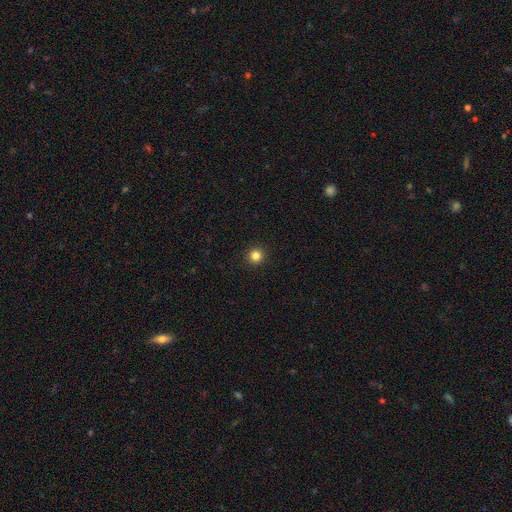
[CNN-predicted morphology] The model was most divided on "smooth or featured": smooth: 84%, star or artifact: 12%, featured or disk: 4%. More confident: how rounded — round (95%); merging — none (94%).